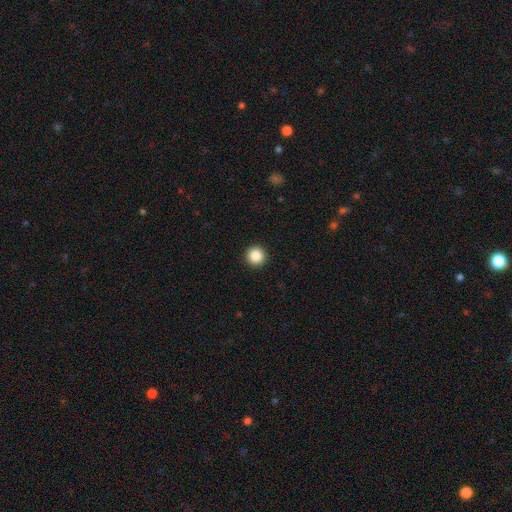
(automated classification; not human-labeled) A smooth galaxy with no disk features (87%) that is round (96%).

Vote fractions:
- Smooth or featured? smooth: 87% / star or artifact: 9% / featured or disk: 3%
- How rounded? round: 96% / in between: 3% / cigar-shaped: 1%
- Merging? none: 93% / minor disturbance: 4% / major disturbance: 1% / merger: 1%